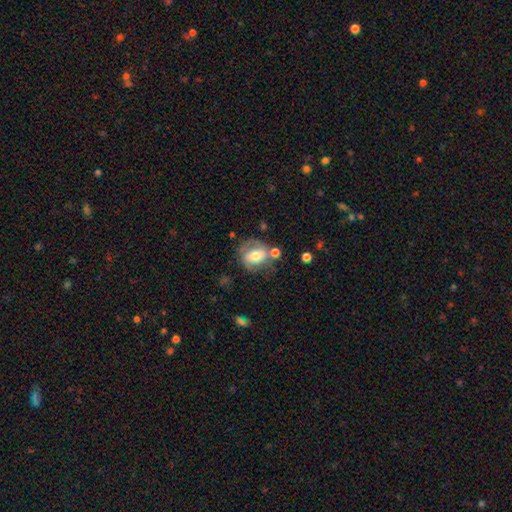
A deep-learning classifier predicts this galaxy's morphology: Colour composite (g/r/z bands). It shows a smooth galaxy with no disk features (48%). Merging: none (50%).